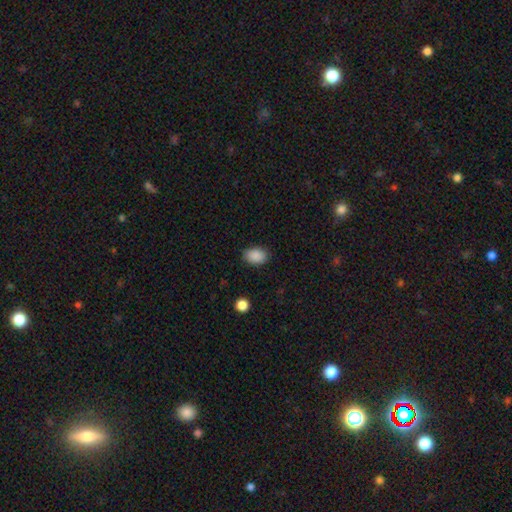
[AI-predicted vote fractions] smooth 89%, star or artifact 8%, featured or disk 3%. Down the decision tree: how rounded — in between (79%); merging — none (84%).